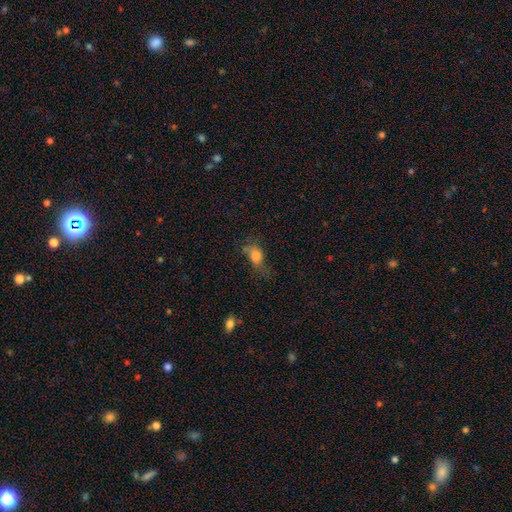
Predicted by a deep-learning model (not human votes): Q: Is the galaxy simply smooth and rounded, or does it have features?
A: smooth — 77%.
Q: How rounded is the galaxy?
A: in between — 73%.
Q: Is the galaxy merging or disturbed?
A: none — 46%.